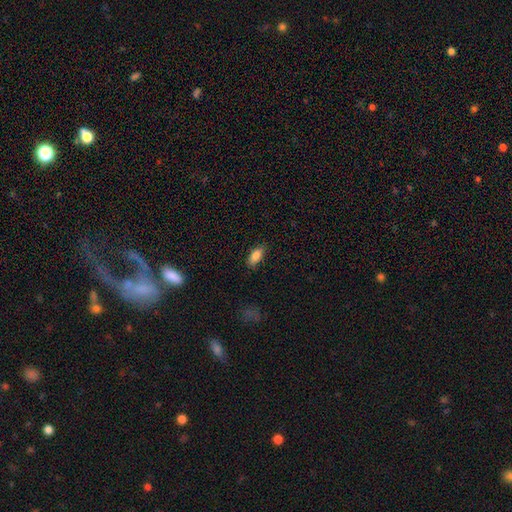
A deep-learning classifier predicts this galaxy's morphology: The model was most divided on "merging": none: 84%, minor disturbance: 12%, major disturbance: 3%, merger: 1%. More confident: how rounded — in between (88%); smooth or featured — smooth (85%).